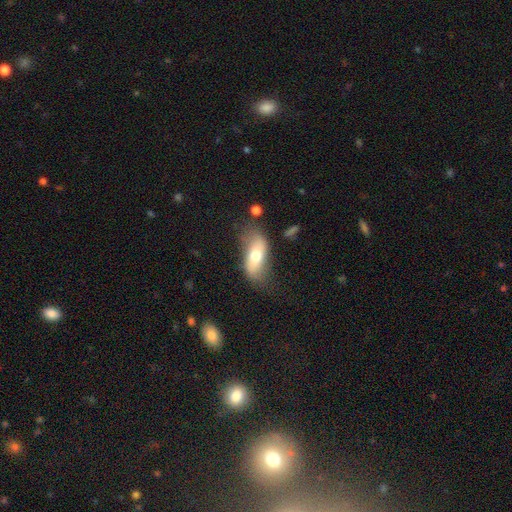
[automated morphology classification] Smooth or featured: smooth — 58% (featured or disk — 35%)
How rounded: in between — 81% (cigar-shaped — 15%)
Merging: none — 59% (minor disturbance — 25%)